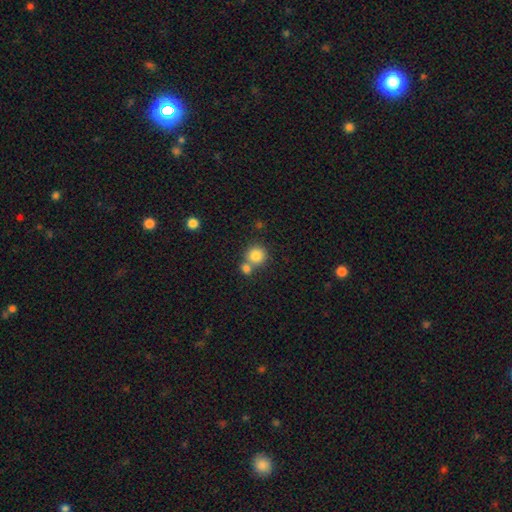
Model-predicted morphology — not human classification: type=smooth (83%); roundness=round (90%); merging=none (53%).